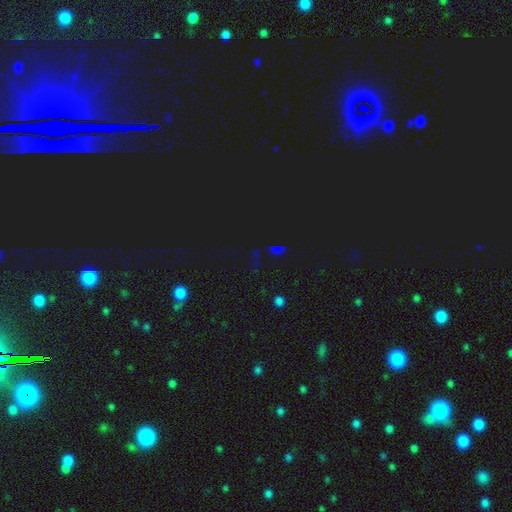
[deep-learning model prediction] Smooth or featured: star or artifact — 72% (smooth — 21%)